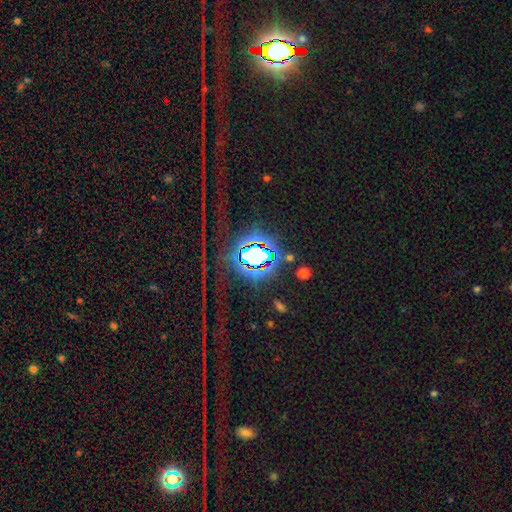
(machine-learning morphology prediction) The model was most divided on "smooth or featured": star or artifact: 70%, smooth: 18%, featured or disk: 12%.